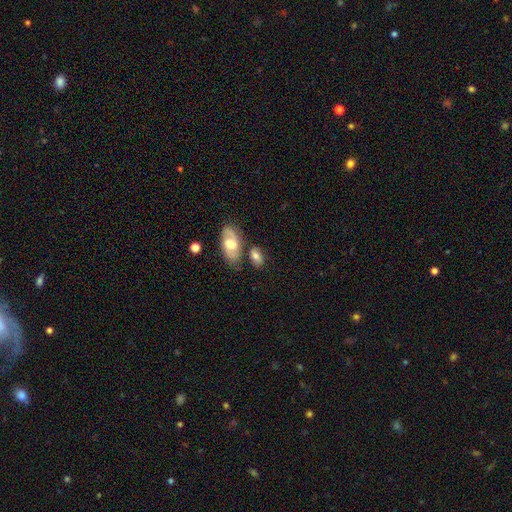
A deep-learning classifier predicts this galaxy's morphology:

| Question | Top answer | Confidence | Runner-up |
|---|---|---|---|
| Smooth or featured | smooth | 60% | featured or disk (32%) |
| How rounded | in between | 86% | round (10%) |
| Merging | none | 64% | minor disturbance (17%) |